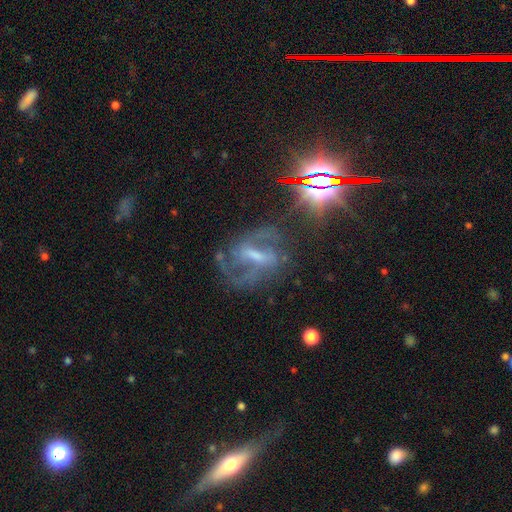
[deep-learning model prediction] Smooth or featured? Predicted: featured or disk (p=0.74). Edge-on disk? Predicted: no (p=0.95). Bar? Predicted: strong (p=0.53). Spiral arms? Predicted: yes (p=0.87). Spiral winding? Predicted: medium (p=0.55). Spiral arm count? Predicted: 2 (p=0.77). Bulge size? Predicted: moderate (p=0.33). Merging? Predicted: none (p=0.61).